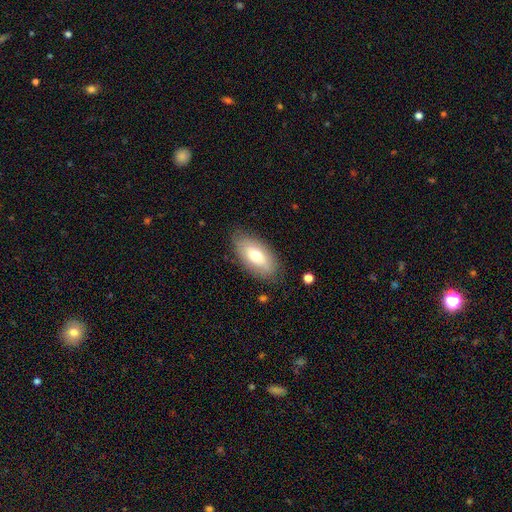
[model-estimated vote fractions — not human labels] This is likely a smooth galaxy (65%). How rounded: clearly in between (91%). Merging: clearly none (82%).